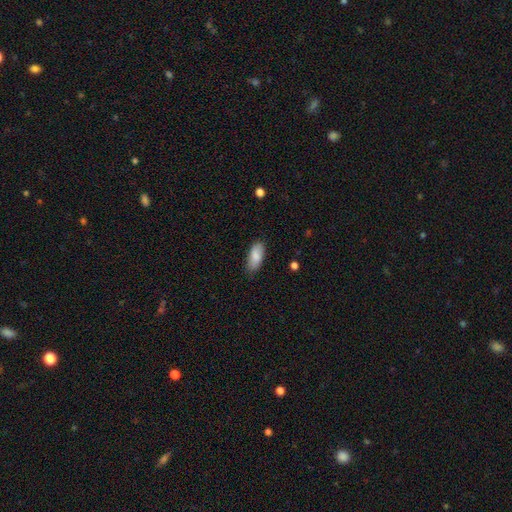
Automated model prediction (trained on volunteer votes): Smooth or featured?
  - smooth: 85% *
  - featured or disk: 9%
  - star or artifact: 6%
How rounded?
  - in between: 87% *
  - cigar-shaped: 11%
  - round: 2%
Merging?
  - none: 81% *
  - minor disturbance: 16%
  - major disturbance: 3%
  - merger: 1%